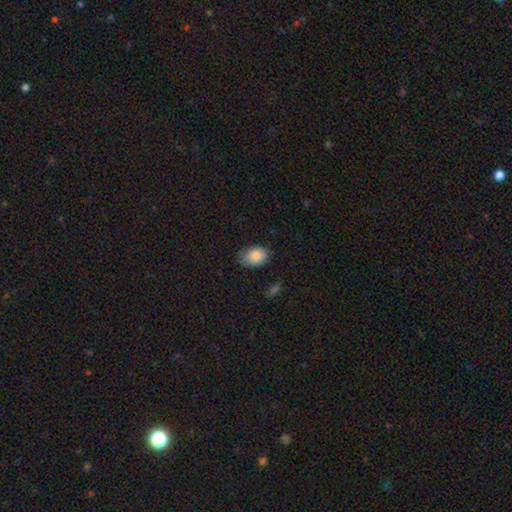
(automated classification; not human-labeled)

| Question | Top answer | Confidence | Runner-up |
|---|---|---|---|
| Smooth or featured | smooth | 85% | star or artifact (7%) |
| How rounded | in between | 80% | round (19%) |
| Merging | none | 71% | minor disturbance (24%) |